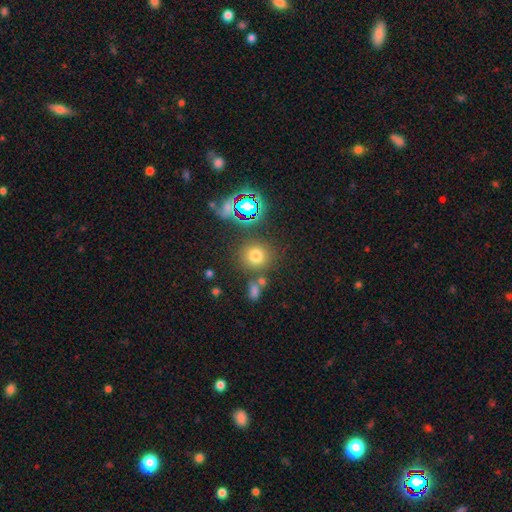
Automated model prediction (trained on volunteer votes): This appears to be a smooth galaxy with no disk features (71%) that is round (87%). Merging: none (75%).